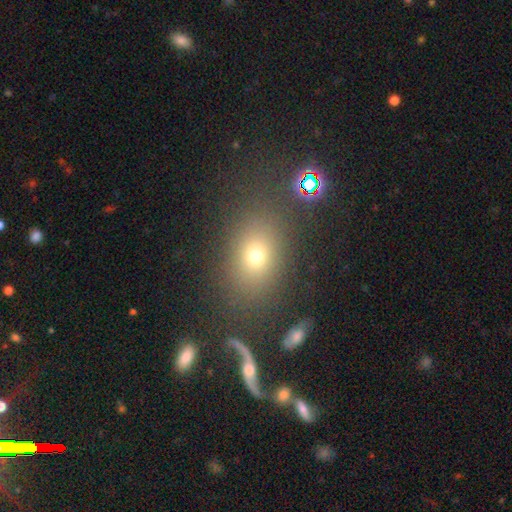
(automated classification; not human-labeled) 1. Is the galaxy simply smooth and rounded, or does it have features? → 69% smooth, 18% star or artifact, 12% featured or disk.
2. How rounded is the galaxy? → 58% in between, 41% round, 2% cigar-shaped.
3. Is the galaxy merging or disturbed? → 80% none, 10% minor disturbance, 6% major disturbance, 4% merger.